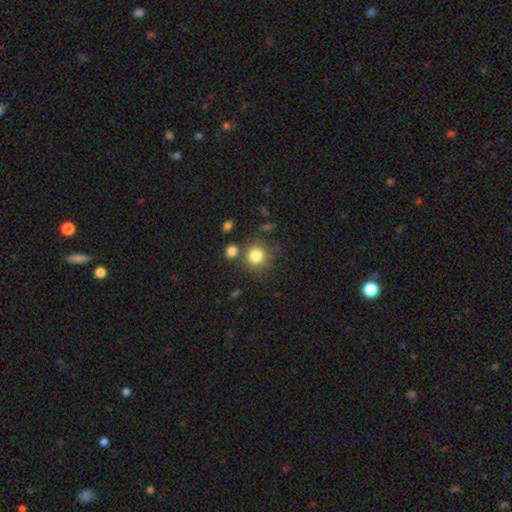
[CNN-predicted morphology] smooth-or-featured: smooth: 83% | star or artifact: 11% | featured or disk: 6%
  how-rounded: round: 88% | in between: 11% | cigar-shaped: 1%
  merging: none: 75% | minor disturbance: 11% | merger: 10% | major disturbance: 4%